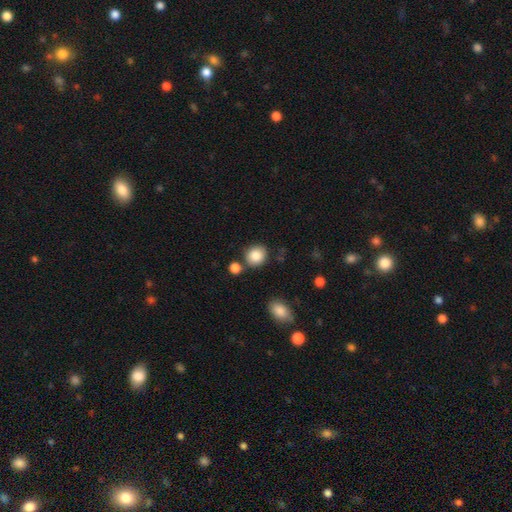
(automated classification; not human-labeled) A smooth galaxy with no disk features (86%) that is round (74%). Merging: none (77%).